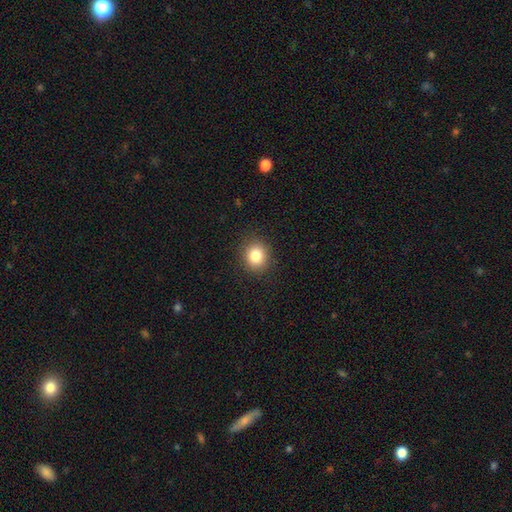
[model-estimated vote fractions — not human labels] Overall: smooth (83%). How rounded: round (78%). Merging: none (90%).